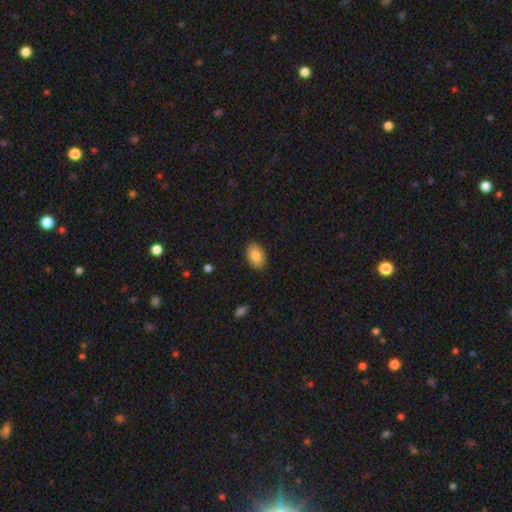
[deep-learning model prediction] A smooth galaxy with no disk features (86%) that is in between round and cigar-shaped (89%).

Vote fractions:
- Smooth or featured? smooth: 86% / featured or disk: 7% / star or artifact: 7%
- How rounded? in between: 89% / round: 10% / cigar-shaped: 1%
- Merging? none: 88% / minor disturbance: 9% / major disturbance: 2% / merger: 1%